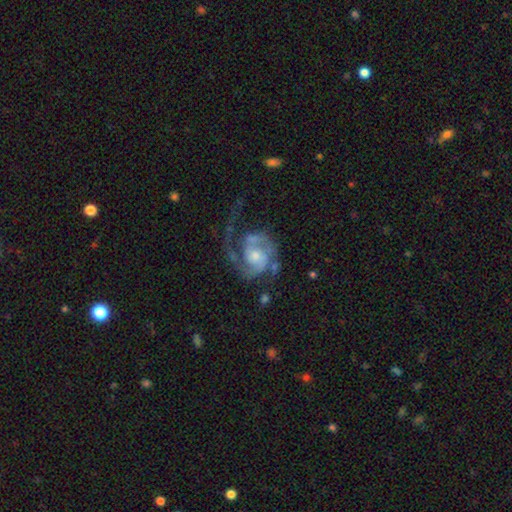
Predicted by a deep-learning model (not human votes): Morphology: type=featured or disk (87%); edge-on=no (98%); bar=no (64%); spiral arms=yes (96%); winding=medium (48%); arm count=2 (66%); bulge=small (44%); merging=none (43%).